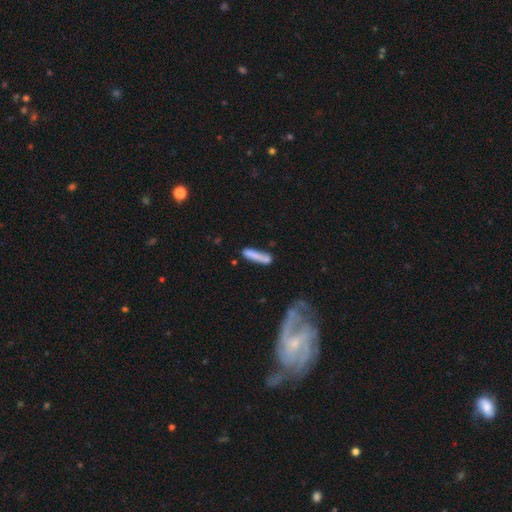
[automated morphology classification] A smooth galaxy with no disk features (77%) that is cigar-shaped (85%).

Vote fractions:
- Smooth or featured? smooth: 77% / featured or disk: 16% / star or artifact: 7%
- How rounded? cigar-shaped: 85% / in between: 13% / round: 2%
- Merging? none: 62% / minor disturbance: 21% / merger: 10% / major disturbance: 7%